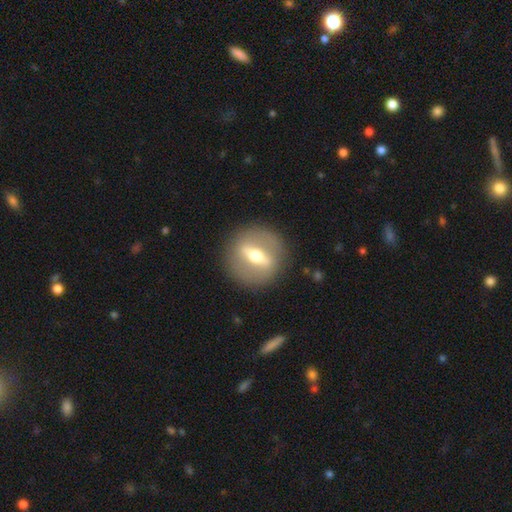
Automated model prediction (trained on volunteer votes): Smooth or featured: featured or disk — 72% (smooth — 22%)
Edge-on disk: no — 59% (yes — 41%)
Merging: none — 88% (minor disturbance — 7%)